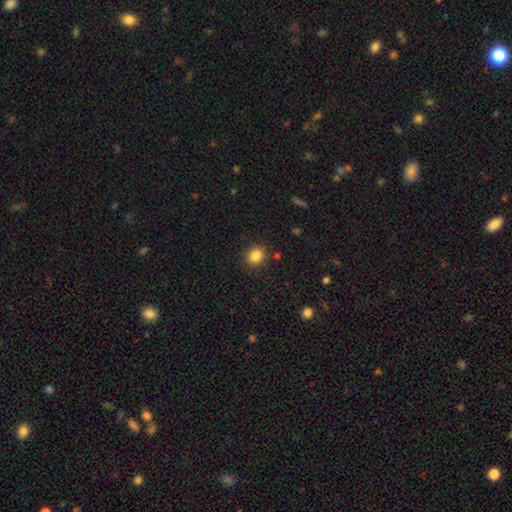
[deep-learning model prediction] Q: Smooth or featured?
A: smooth (85%); runner-up: star or artifact (11%)
Q: How rounded?
A: round (79%); runner-up: in between (20%)
Q: Merging?
A: none (88%); runner-up: minor disturbance (7%)